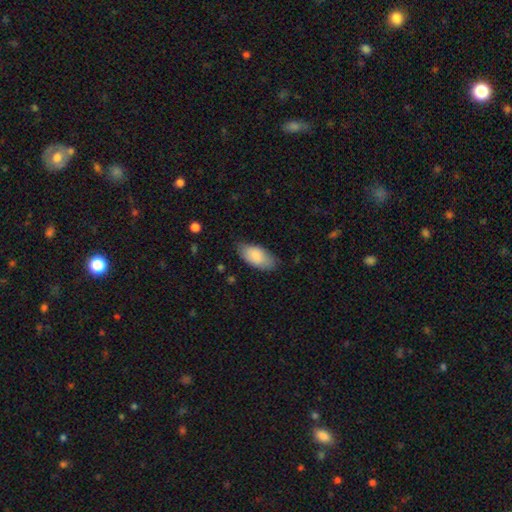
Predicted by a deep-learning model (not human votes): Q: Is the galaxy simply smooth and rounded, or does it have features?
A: smooth — 84%.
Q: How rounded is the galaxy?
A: in between — 92%.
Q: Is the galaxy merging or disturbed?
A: none — 73%.